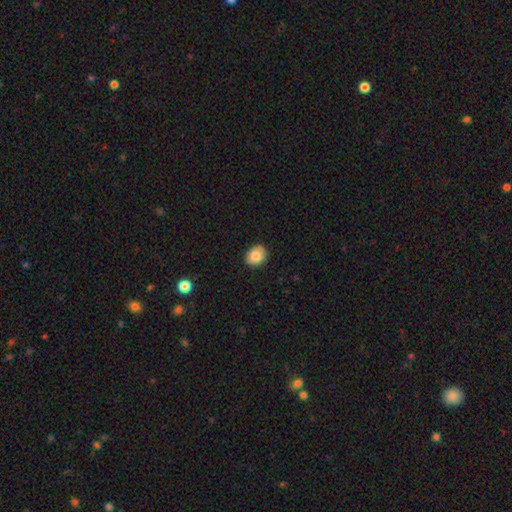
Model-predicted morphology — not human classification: smooth_or_featured: smooth (p=0.86) [alt: star or artifact p=0.08]
how_rounded: round (p=0.52) [alt: in between p=0.47]
merging: none (p=0.87) [alt: minor disturbance p=0.10]